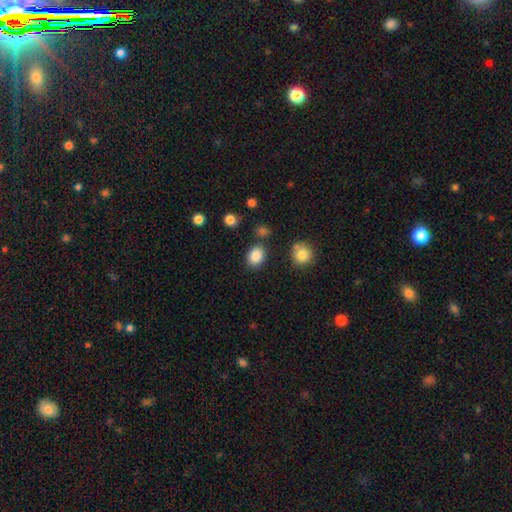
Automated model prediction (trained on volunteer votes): smooth_or_featured: smooth (p=0.86) [alt: star or artifact p=0.09]
how_rounded: in between (p=0.61) [alt: round p=0.38]
merging: none (p=0.80) [alt: minor disturbance p=0.11]